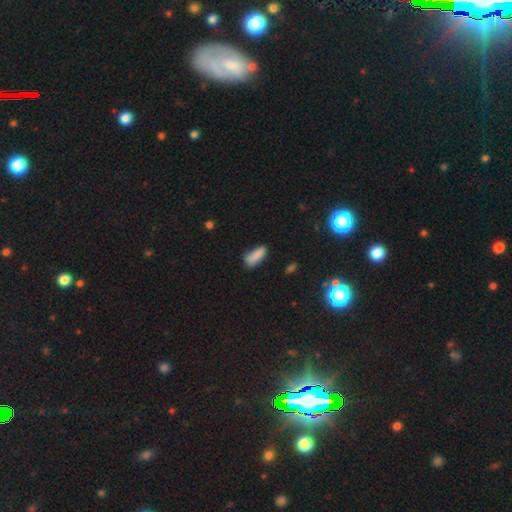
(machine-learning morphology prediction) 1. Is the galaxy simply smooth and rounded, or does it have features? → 83% smooth, 10% star or artifact, 7% featured or disk.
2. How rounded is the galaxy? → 67% in between, 31% cigar-shaped, 2% round.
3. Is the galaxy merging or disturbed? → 62% none, 27% minor disturbance, 7% major disturbance, 4% merger.